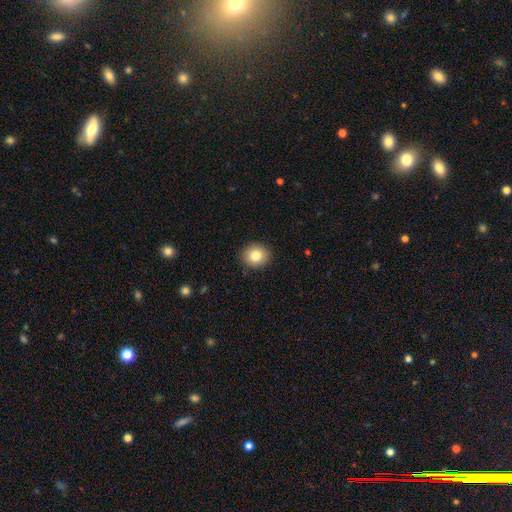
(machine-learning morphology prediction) Smooth or featured?
  - smooth: 82% *
  - star or artifact: 9%
  - featured or disk: 9%
How rounded?
  - round: 81% *
  - in between: 18%
  - cigar-shaped: 1%
Merging?
  - none: 91% *
  - minor disturbance: 7%
  - major disturbance: 2%
  - merger: 1%